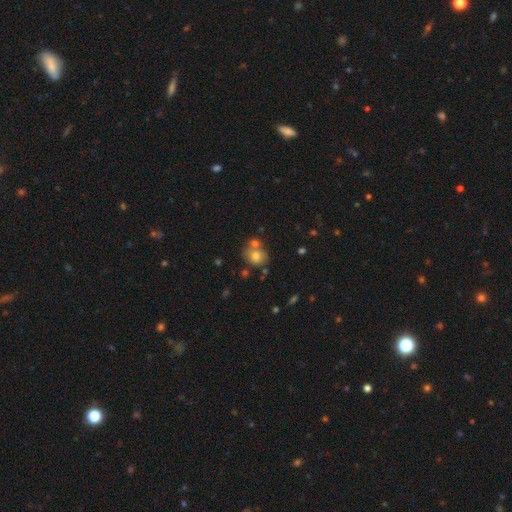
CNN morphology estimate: This appears to be a smooth galaxy with no disk features (74%) that is round (68%). Merging: none (51%).